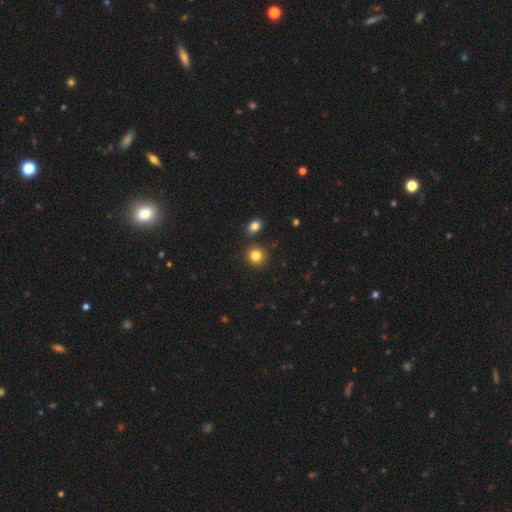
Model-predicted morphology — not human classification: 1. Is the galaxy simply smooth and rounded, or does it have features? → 83% smooth, 11% star or artifact, 6% featured or disk.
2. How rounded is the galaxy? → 90% round, 9% in between, 1% cigar-shaped.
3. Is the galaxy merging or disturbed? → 86% none, 7% minor disturbance, 5% merger, 2% major disturbance.